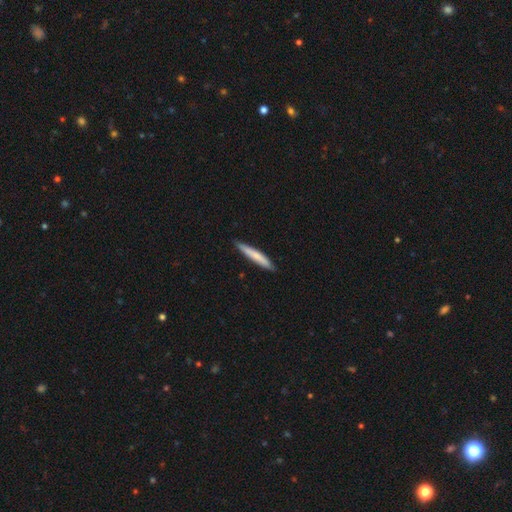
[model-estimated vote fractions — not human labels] The model was most divided on "smooth or featured": smooth: 71%, featured or disk: 24%, star or artifact: 5%. More confident: how rounded — cigar-shaped (95%); merging — none (88%).